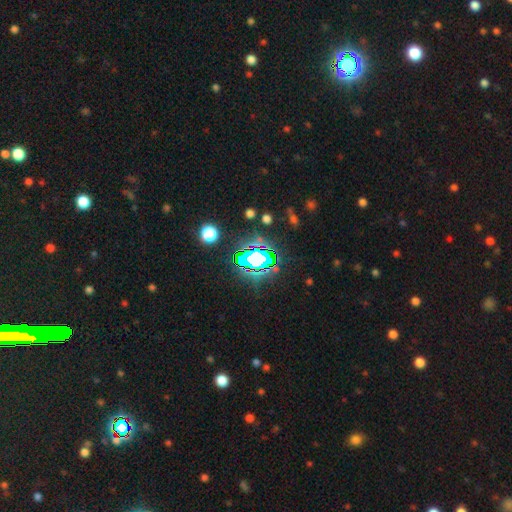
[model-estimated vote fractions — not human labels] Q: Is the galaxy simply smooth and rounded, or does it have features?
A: star or artifact — 65%.